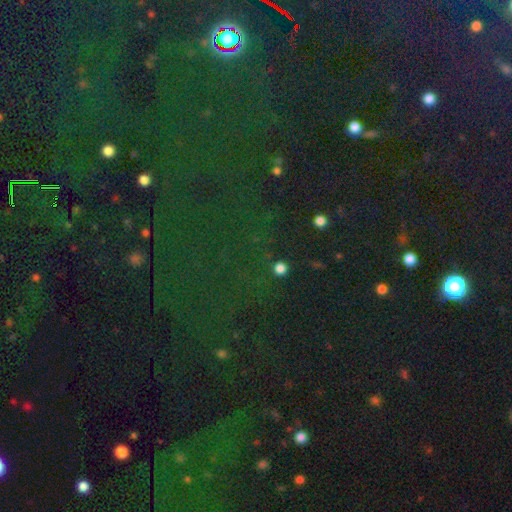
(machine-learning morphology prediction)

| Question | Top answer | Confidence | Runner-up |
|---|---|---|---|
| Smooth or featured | star or artifact | 80% | smooth (13%) |